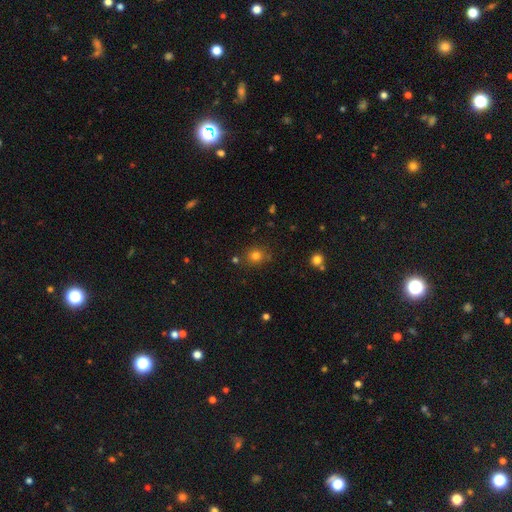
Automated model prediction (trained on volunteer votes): Q: Smooth or featured?
A: smooth (77%); runner-up: star or artifact (16%)
Q: How rounded?
A: round (80%); runner-up: in between (19%)
Q: Merging?
A: none (79%); runner-up: minor disturbance (12%)